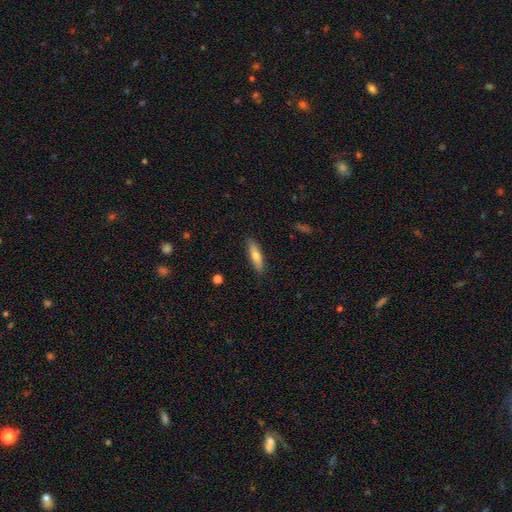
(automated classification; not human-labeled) Smooth or featured? smooth (67%)
How rounded? cigar-shaped (65%)
Merging? none (87%)